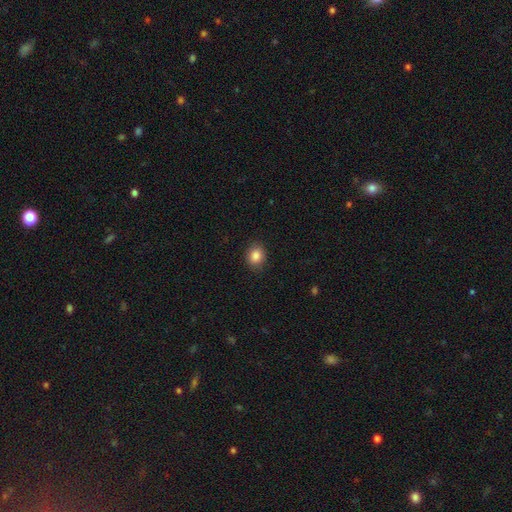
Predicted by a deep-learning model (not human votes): smooth_or_featured: smooth (p=0.87) [alt: star or artifact p=0.09]
how_rounded: round (p=0.54) [alt: in between p=0.45]
merging: none (p=0.87) [alt: minor disturbance p=0.10]